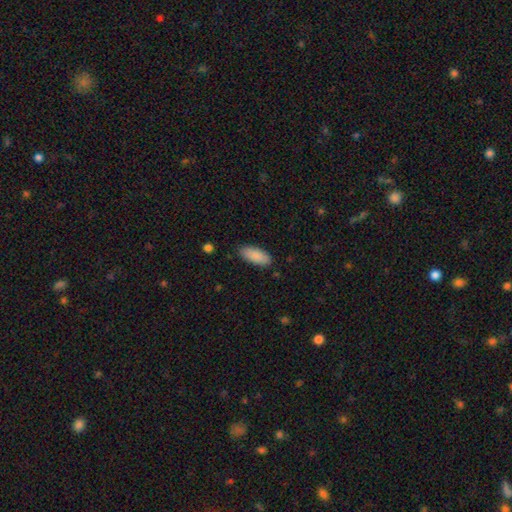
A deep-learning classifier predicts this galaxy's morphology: smooth 89%, star or artifact 6%, featured or disk 5%. Down the decision tree: how rounded — in between (82%); merging — none (87%).